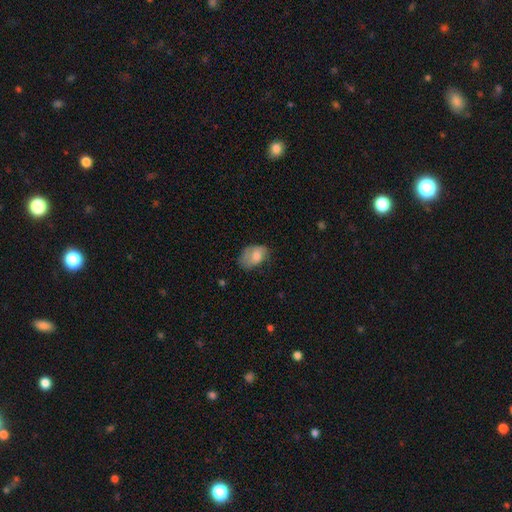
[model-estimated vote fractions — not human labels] This is likely a smooth galaxy (73%). How rounded: clearly in between (83%). Merging: marginally none (44%).